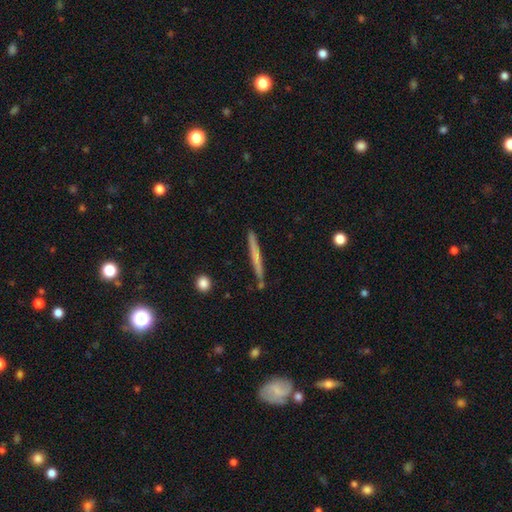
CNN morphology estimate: Smooth or featured? Predicted: smooth (p=0.55). How rounded? Predicted: cigar-shaped (p=0.97). Merging? Predicted: none (p=0.87).